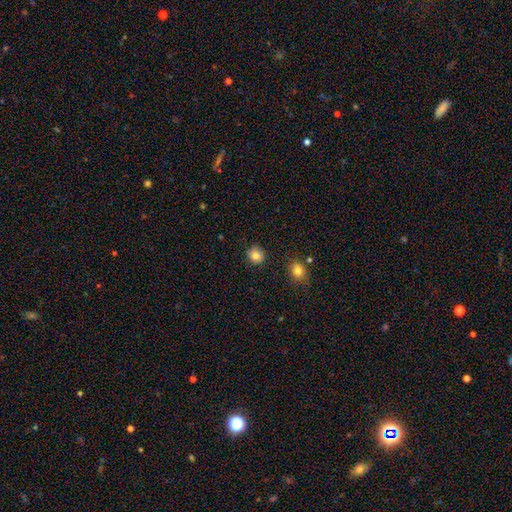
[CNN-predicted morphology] smooth 83%, star or artifact 11%, featured or disk 6%. Down the decision tree: how rounded — round (86%); merging — none (88%).